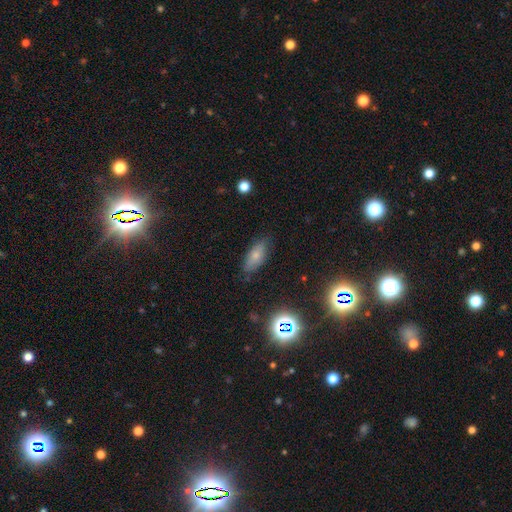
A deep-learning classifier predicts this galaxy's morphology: The model was most divided on "smooth or featured": smooth: 70%, featured or disk: 18%, star or artifact: 12%. More confident: how rounded — in between (81%); merging — none (79%).